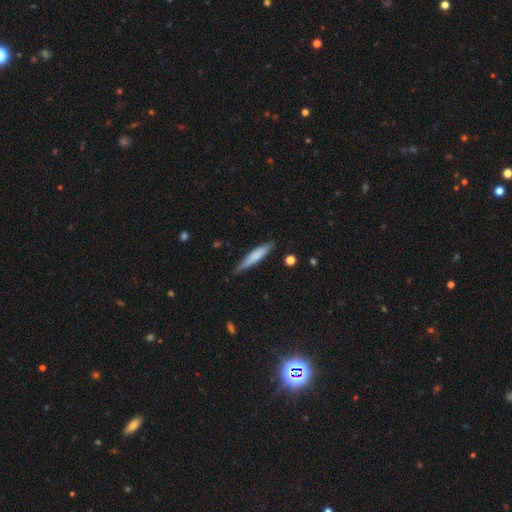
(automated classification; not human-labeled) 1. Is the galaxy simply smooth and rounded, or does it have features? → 67% smooth, 28% featured or disk, 5% star or artifact.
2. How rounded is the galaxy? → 90% cigar-shaped, 8% in between, 1% round.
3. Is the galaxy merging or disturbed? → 79% none, 17% minor disturbance, 3% major disturbance, 2% merger.